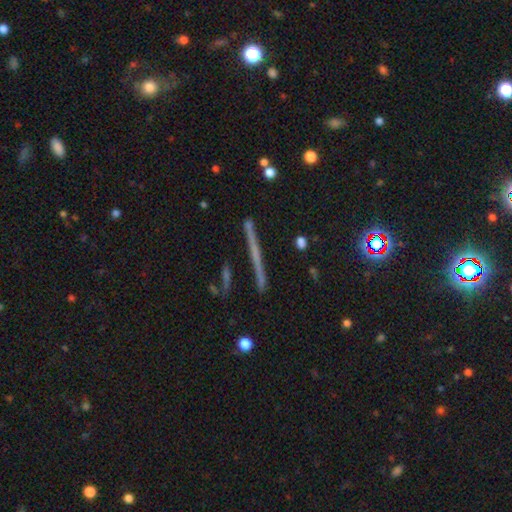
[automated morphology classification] smooth_or_featured: featured or disk (p=0.60) [alt: smooth p=0.27]
disk_edge_on: yes (p=0.97) [alt: no p=0.03]
edge_on_bulge: none (p=0.74) [alt: rounded p=0.20]
merging: none (p=0.90) [alt: minor disturbance p=0.07]